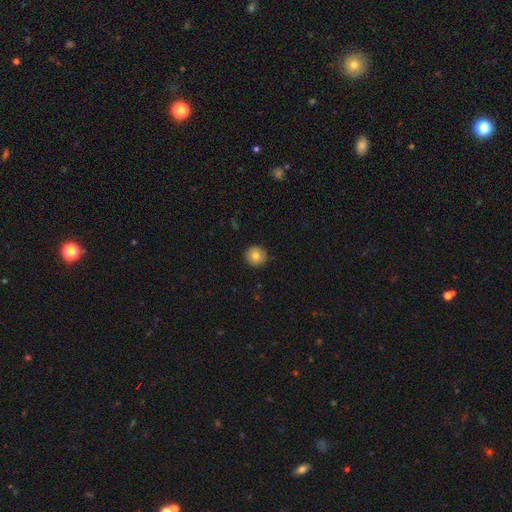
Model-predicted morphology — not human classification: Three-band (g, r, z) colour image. It shows a smooth galaxy with no disk features (79%) that is round (95%). Merging: none (90%).